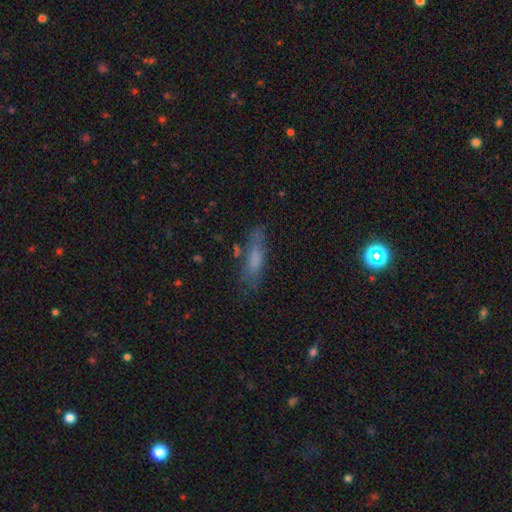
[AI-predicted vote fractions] A smooth galaxy with no disk features (55%) that is cigar-shaped (68%). Merging: none (71%).